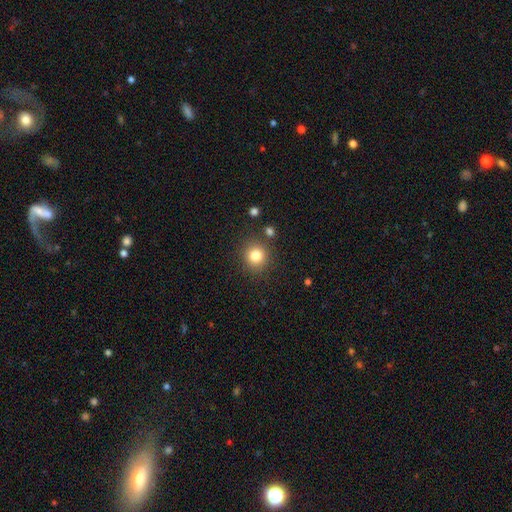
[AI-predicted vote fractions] Morphology: type=smooth (82%); roundness=round (89%); merging=none (85%).